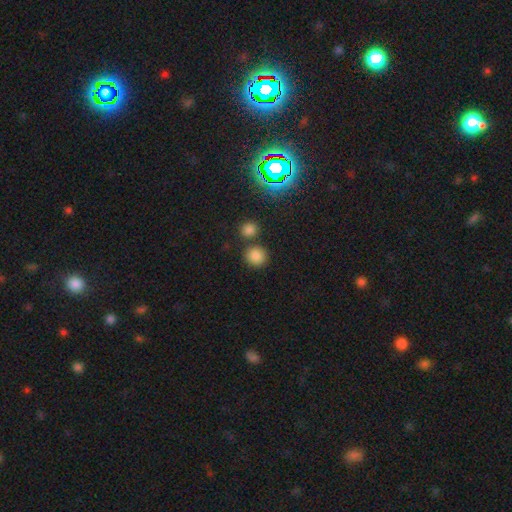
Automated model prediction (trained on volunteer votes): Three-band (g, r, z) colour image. It shows a smooth galaxy with no disk features (83%) that is round (88%). Merging: none (72%).